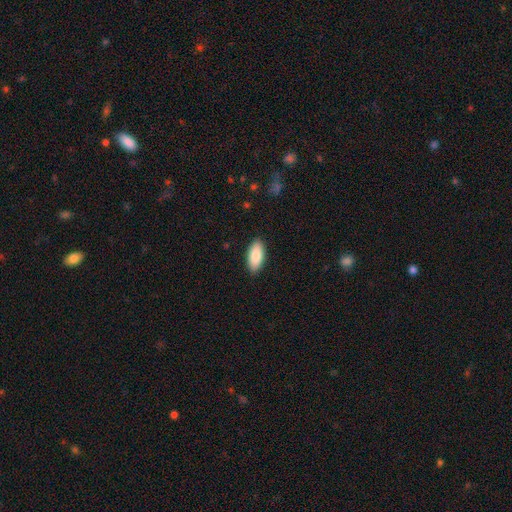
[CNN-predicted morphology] A smooth galaxy with no disk features (88%) that is in between round and cigar-shaped (90%). Merging: none (89%).